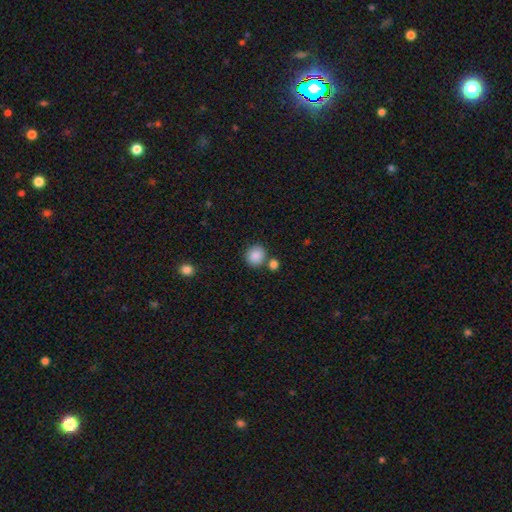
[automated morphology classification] A smooth galaxy with no disk features (88%) that is round (85%).

Vote fractions:
- Smooth or featured? smooth: 88% / star or artifact: 8% / featured or disk: 4%
- How rounded? round: 85% / in between: 14% / cigar-shaped: 1%
- Merging? none: 73% / merger: 14% / minor disturbance: 9% / major disturbance: 3%